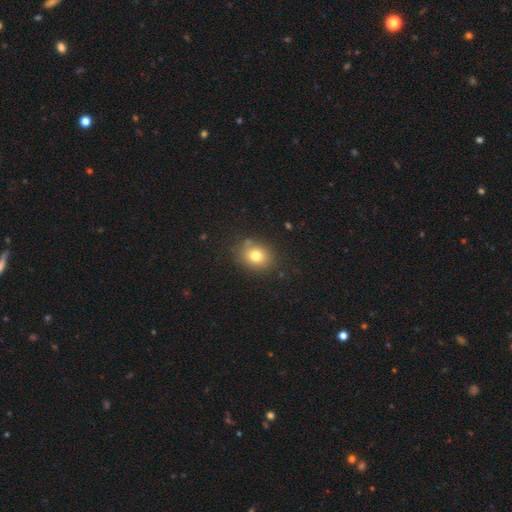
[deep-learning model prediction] Smooth or featured: smooth — 78% (star or artifact — 12%)
How rounded: round — 58% (in between — 41%)
Merging: none — 81% (minor disturbance — 12%)